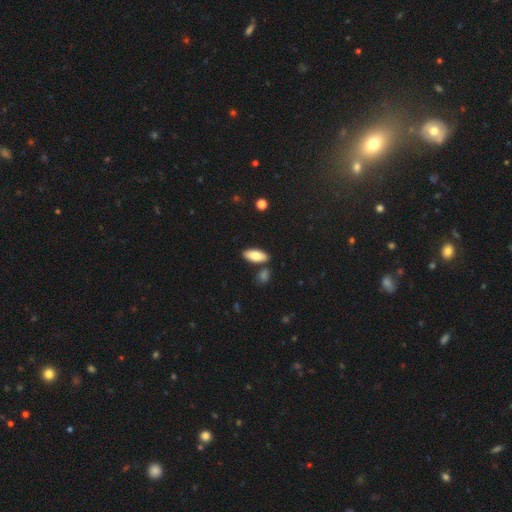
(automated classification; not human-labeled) smooth 83%, featured or disk 11%, star or artifact 6%. Down the decision tree: how rounded — in between (85%); merging — none (81%).